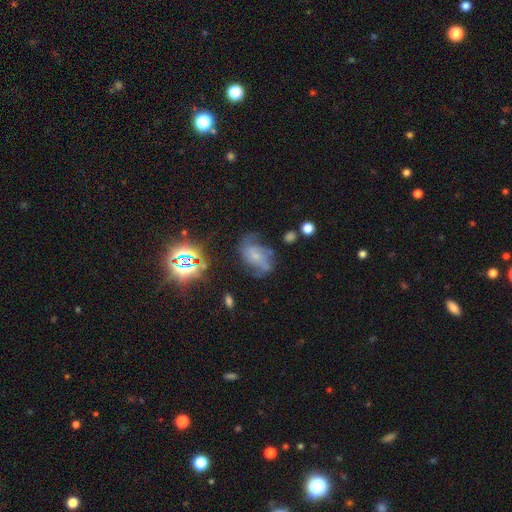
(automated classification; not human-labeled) This is likely a featured or disk galaxy (61%). It is clearly not viewed edge-on (96%). Bar: likely no (66%). Spiral arm pattern: clearly yes (84%). Central bulge: likely small (64%). Merging: possibly none (48%).